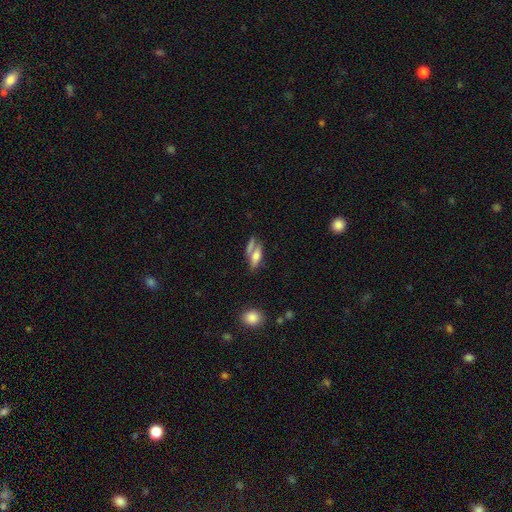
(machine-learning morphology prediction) Q: Smooth or featured?
A: smooth (59%); runner-up: featured or disk (31%)
Q: How rounded?
A: in between (61%); runner-up: cigar-shaped (34%)
Q: Merging?
A: none (45%); runner-up: merger (30%)